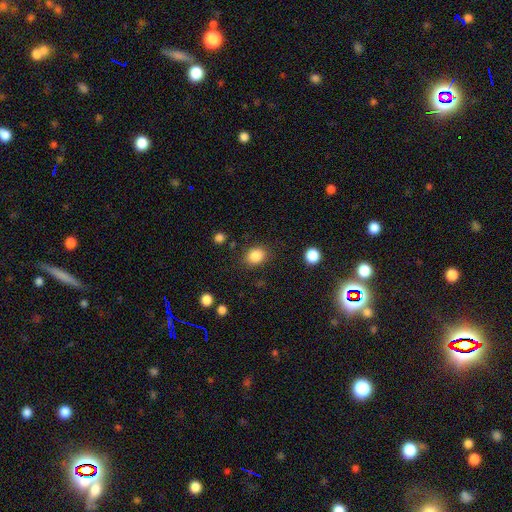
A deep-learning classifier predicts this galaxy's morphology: Smooth or featured? smooth (86%)
How rounded? round (56%)
Merging? none (84%)